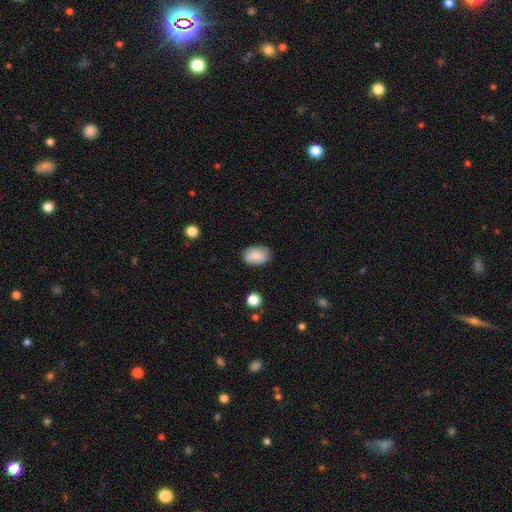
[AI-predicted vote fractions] A smooth galaxy with no disk features (85%) that is in between round and cigar-shaped (83%).

Vote fractions:
- Smooth or featured? smooth: 85% / featured or disk: 8% / star or artifact: 7%
- How rounded? in between: 83% / round: 16% / cigar-shaped: 1%
- Merging? none: 78% / minor disturbance: 17% / major disturbance: 4% / merger: 1%